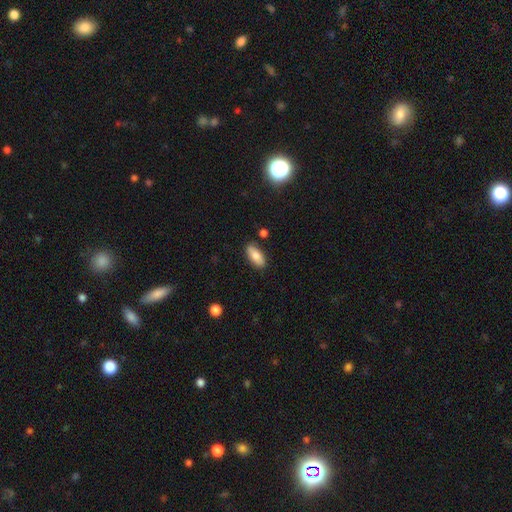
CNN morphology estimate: A smooth galaxy with no disk features (81%) that is in between round and cigar-shaped (84%). Merging: none (84%).